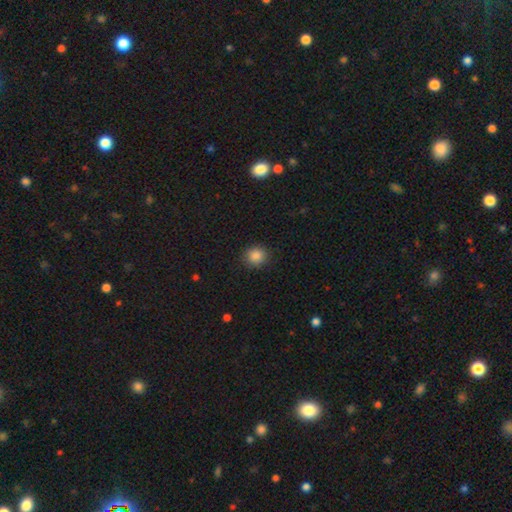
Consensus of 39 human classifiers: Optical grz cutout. It shows a smooth galaxy with no disk features (92%) that is round (75%). Merging: none (92%).